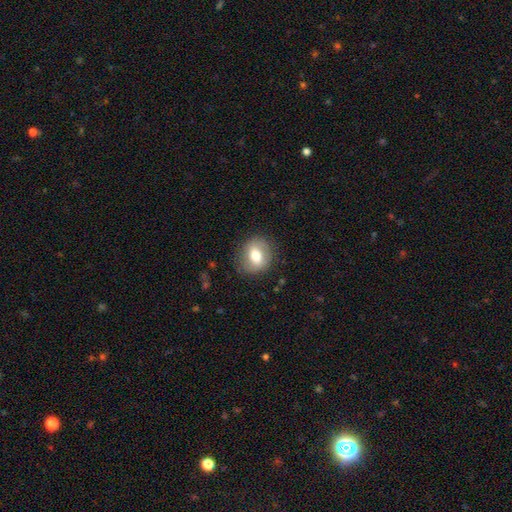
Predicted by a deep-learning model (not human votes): smooth_or_featured: smooth (p=0.65) [alt: featured or disk p=0.27]
how_rounded: round (p=0.61) [alt: in between p=0.38]
merging: none (p=0.80) [alt: minor disturbance p=0.14]